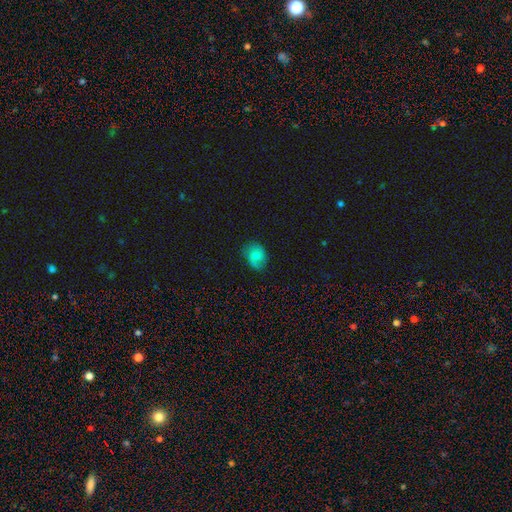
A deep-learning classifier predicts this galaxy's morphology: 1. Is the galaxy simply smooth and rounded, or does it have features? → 65% smooth, 25% featured or disk, 10% star or artifact.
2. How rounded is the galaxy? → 59% in between, 40% round, 1% cigar-shaped.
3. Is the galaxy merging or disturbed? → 69% none, 23% minor disturbance, 6% major disturbance, 1% merger.